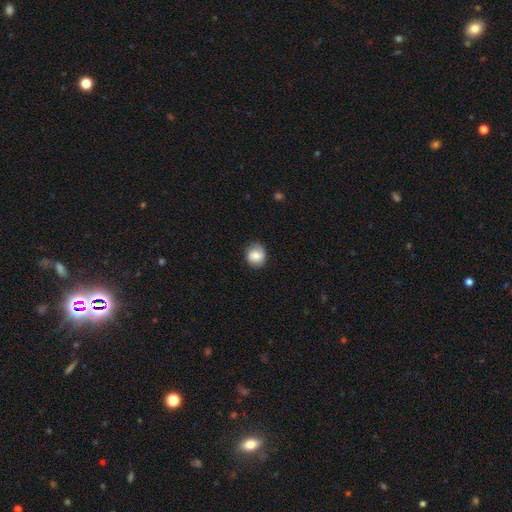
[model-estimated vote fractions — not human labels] A smooth galaxy with no disk features (75%) that is round (76%).

Vote fractions:
- Smooth or featured? smooth: 75% / featured or disk: 17% / star or artifact: 8%
- How rounded? round: 76% / in between: 24% / cigar-shaped: 1%
- Merging? none: 78% / minor disturbance: 17% / major disturbance: 4% / merger: 1%